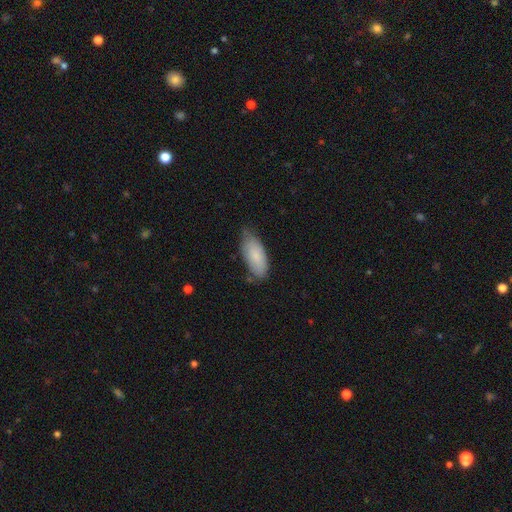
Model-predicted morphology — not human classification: Overall: smooth (82%). How rounded: in between (87%). Merging: none (61%; minor disturbance 32%).